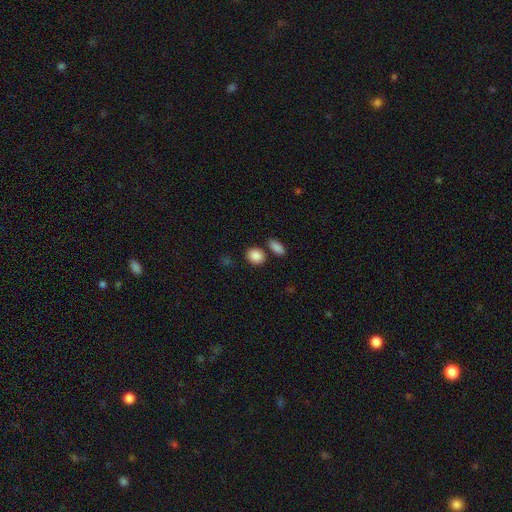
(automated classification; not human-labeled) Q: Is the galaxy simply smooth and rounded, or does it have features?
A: smooth — 88%.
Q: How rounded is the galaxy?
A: round — 57%.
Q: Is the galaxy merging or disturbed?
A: none — 75%.